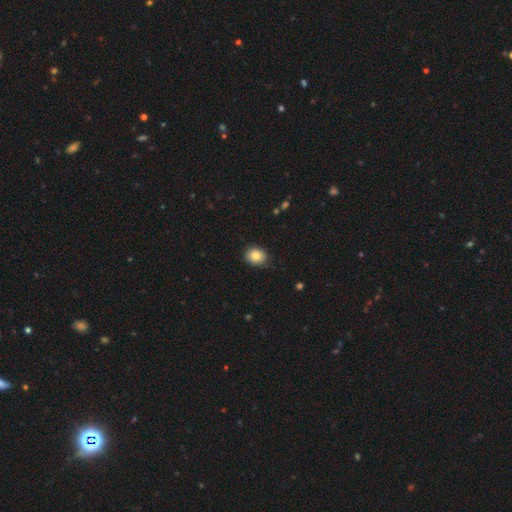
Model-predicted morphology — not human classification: A smooth galaxy with no disk features (83%) that is round (62%). Merging: none (85%).